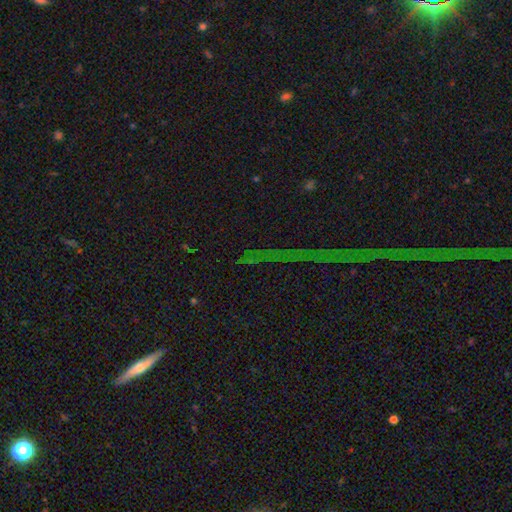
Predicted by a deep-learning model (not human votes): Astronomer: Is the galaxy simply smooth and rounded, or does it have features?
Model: star or artifact — 77%.